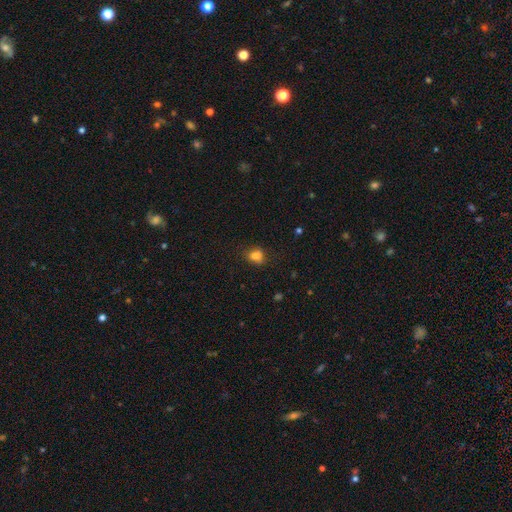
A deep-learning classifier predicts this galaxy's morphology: Q: Smooth or featured?
A: smooth (77%); runner-up: star or artifact (14%)
Q: How rounded?
A: round (50%); runner-up: in between (49%)
Q: Merging?
A: none (59%); runner-up: minor disturbance (20%)